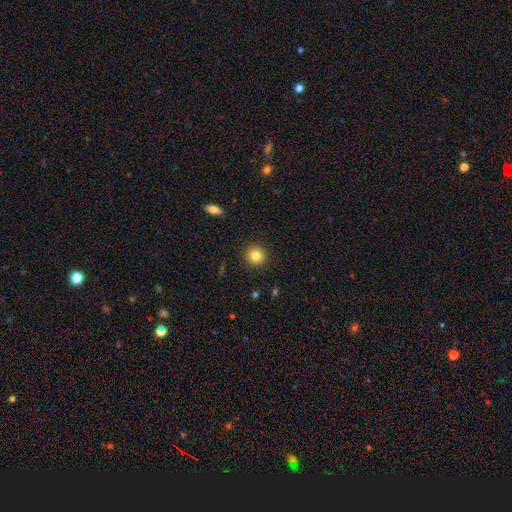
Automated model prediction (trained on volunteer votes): A smooth galaxy with no disk features (83%) that is round (92%). Merging: none (91%).